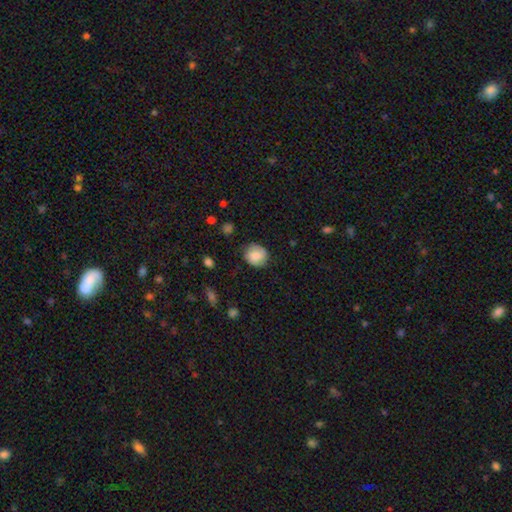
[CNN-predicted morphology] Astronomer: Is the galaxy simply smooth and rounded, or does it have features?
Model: smooth — 75%.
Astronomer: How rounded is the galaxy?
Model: round — 84%.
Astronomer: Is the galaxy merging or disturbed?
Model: none — 77%.